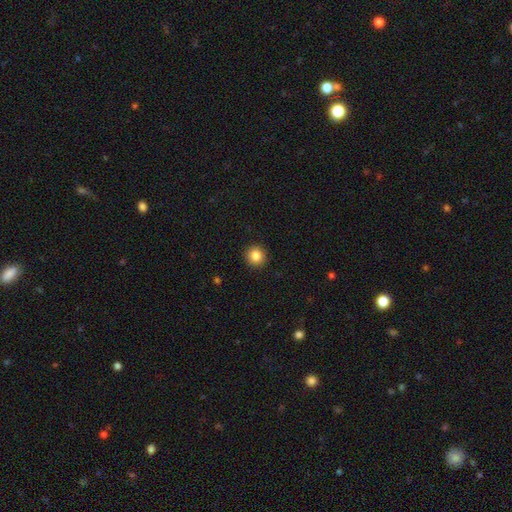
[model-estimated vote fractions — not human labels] Smooth or featured? Predicted: smooth (p=0.84). How rounded? Predicted: round (p=0.95). Merging? Predicted: none (p=0.93).